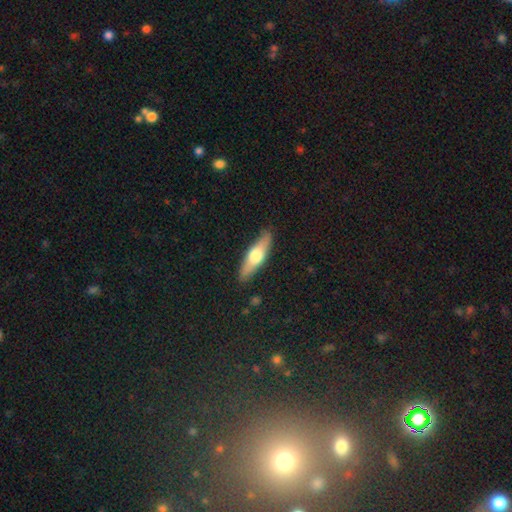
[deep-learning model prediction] Smooth or featured?
  - smooth: 53% *
  - featured or disk: 42%
  - star or artifact: 5%
How rounded?
  - cigar-shaped: 61% *
  - in between: 36%
  - round: 2%
Merging?
  - none: 87% *
  - minor disturbance: 10%
  - major disturbance: 2%
  - merger: 1%